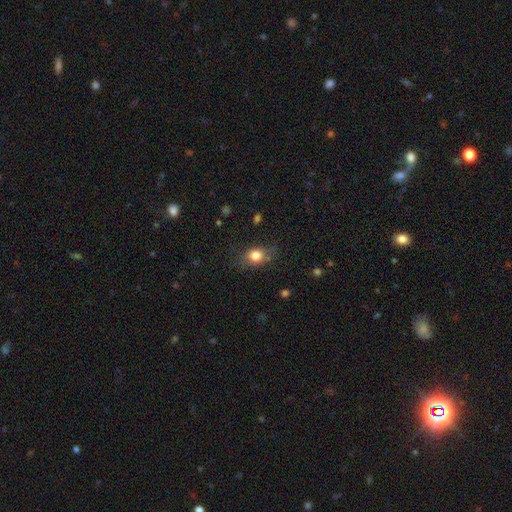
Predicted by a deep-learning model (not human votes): Smooth or featured: smooth — 79% (featured or disk — 11%)
How rounded: in between — 57% (round — 41%)
Merging: none — 71% (minor disturbance — 21%)